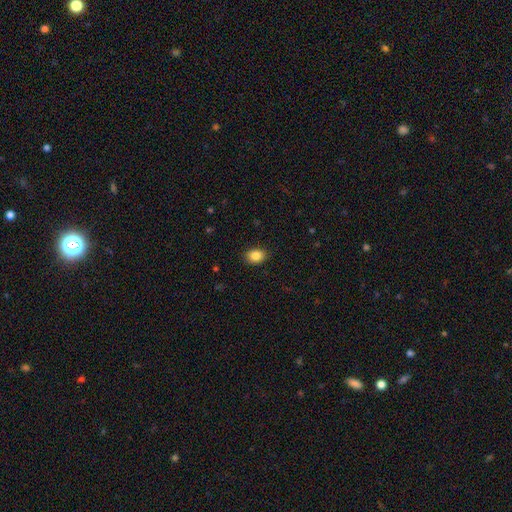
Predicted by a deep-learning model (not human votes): Overall: smooth (85%). How rounded: in between (73%). Merging: none (88%).